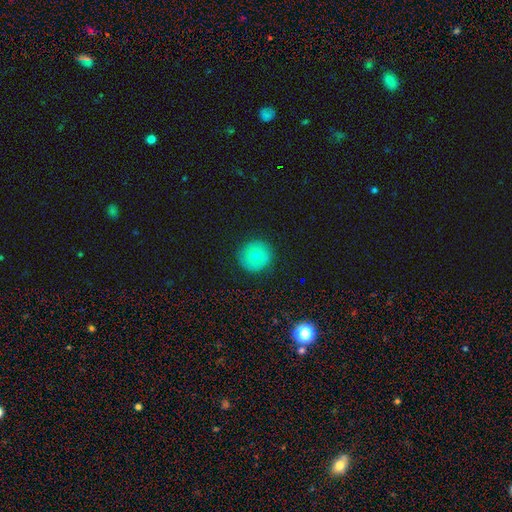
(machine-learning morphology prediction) Smooth or featured? Predicted: smooth (p=0.70). How rounded? Predicted: round (p=0.92). Merging? Predicted: none (p=0.89).